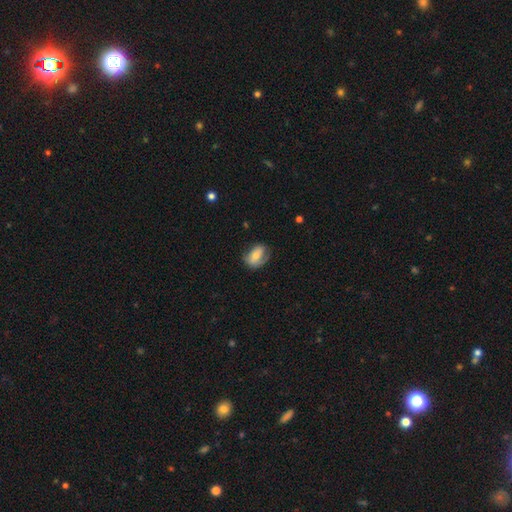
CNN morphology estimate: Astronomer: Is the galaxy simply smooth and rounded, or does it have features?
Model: smooth — 57% (runner-up: featured or disk, 35%).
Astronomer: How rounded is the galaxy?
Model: in between — 81%.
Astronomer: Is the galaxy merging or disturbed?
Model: none — 48% (runner-up: minor disturbance, 31%).